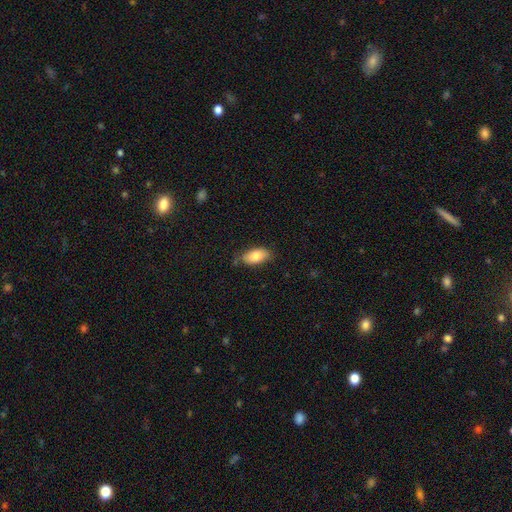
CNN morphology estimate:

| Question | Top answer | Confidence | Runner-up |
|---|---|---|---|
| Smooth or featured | smooth | 80% | featured or disk (13%) |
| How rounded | in between | 92% | cigar-shaped (4%) |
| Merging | none | 73% | minor disturbance (21%) |